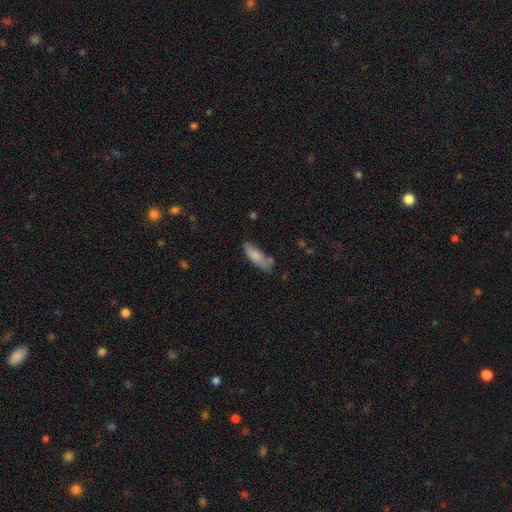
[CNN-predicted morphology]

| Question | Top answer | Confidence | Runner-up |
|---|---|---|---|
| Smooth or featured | smooth | 80% | featured or disk (14%) |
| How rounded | in between | 58% | cigar-shaped (40%) |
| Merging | none | 58% | minor disturbance (27%) |